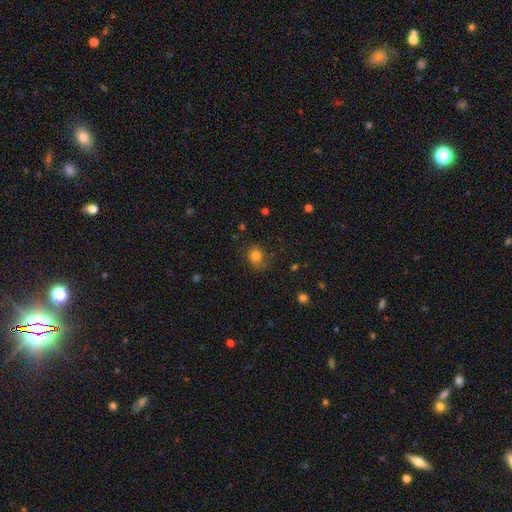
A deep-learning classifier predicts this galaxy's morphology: smooth 79%, star or artifact 13%, featured or disk 8%. Down the decision tree: how rounded — round (63%); merging — none (67%).